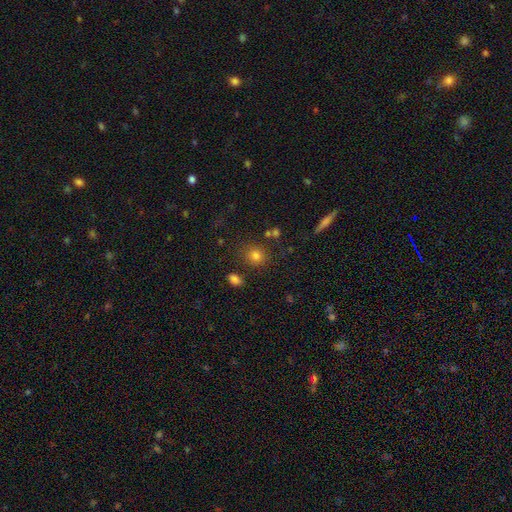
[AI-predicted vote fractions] Smooth or featured: smooth — 78% (star or artifact — 14%)
How rounded: round — 81% (in between — 17%)
Merging: none — 79% (minor disturbance — 10%)